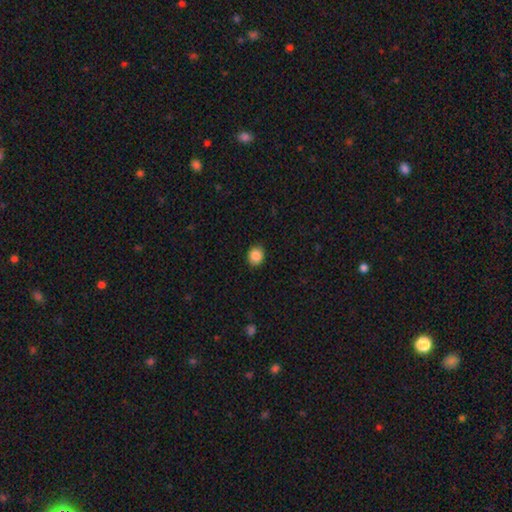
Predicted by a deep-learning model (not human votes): smooth 87%, star or artifact 9%, featured or disk 4%. Down the decision tree: how rounded — round (70%); merging — none (90%).